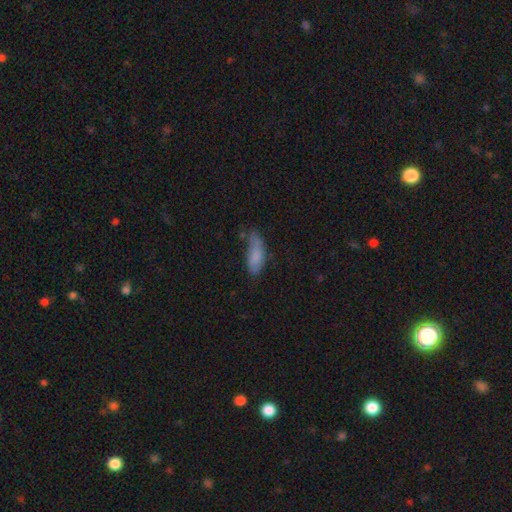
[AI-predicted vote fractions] Morphology: type=smooth (78%); roundness=in between (72%); merging=none (44%).